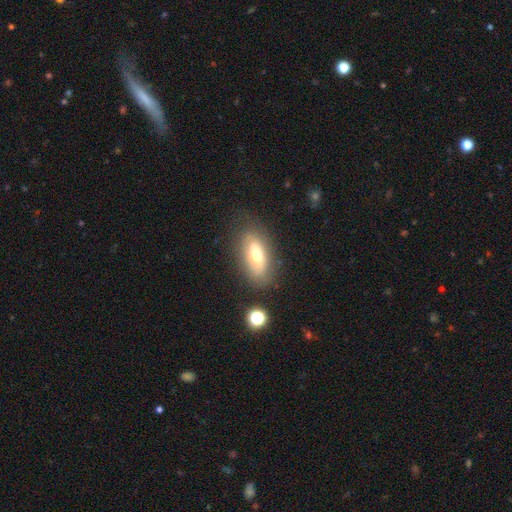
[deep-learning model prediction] smooth 57%, featured or disk 35%, star or artifact 8%. Down the decision tree: how rounded — in between (82%); merging — none (77%).